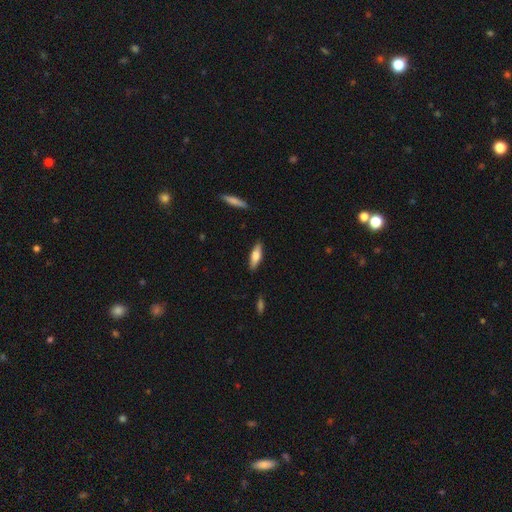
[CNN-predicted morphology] Smooth or featured?
  - smooth: 67% *
  - featured or disk: 27%
  - star or artifact: 6%
How rounded?
  - cigar-shaped: 50% *
  - in between: 48%
  - round: 2%
Merging?
  - none: 87% *
  - minor disturbance: 10%
  - major disturbance: 2%
  - merger: 1%